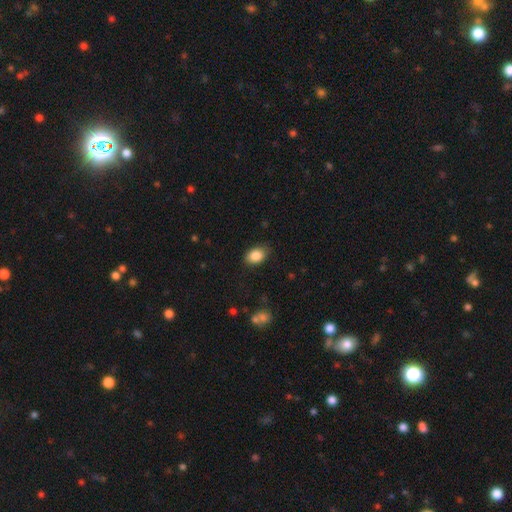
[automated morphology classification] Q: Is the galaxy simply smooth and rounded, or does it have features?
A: smooth — 86%.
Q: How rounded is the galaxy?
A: in between — 82%.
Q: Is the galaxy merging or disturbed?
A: none — 81%.